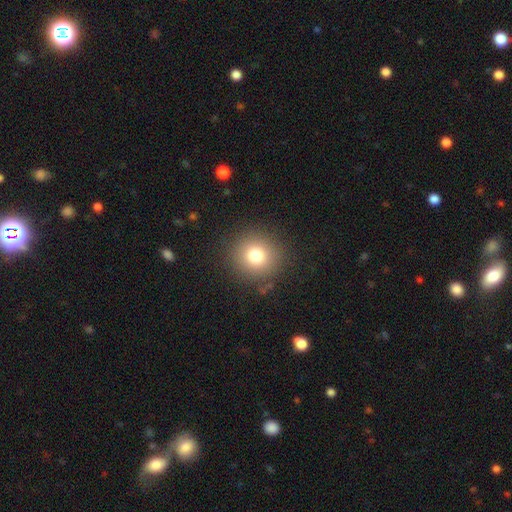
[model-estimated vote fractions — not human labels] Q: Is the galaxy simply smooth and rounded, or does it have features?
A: smooth — 78%.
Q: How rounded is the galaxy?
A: round — 92%.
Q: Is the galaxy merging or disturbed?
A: none — 88%.